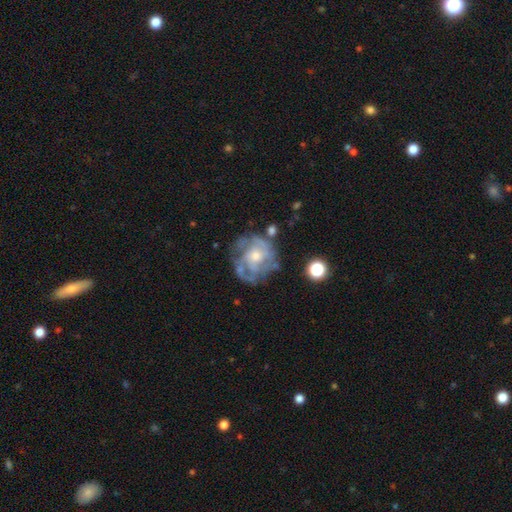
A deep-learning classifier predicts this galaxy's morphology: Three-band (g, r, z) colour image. It shows a featured or disk galaxy (77%) with no bar (76%), tight (49%) spiral arms (75%) and a moderate central bulge (59%). Merging: none (60%).